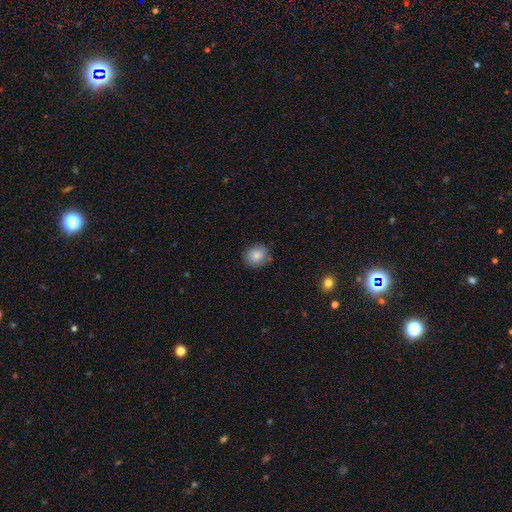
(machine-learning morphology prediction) type=smooth (84%); roundness=round (74%); merging=none (85%).